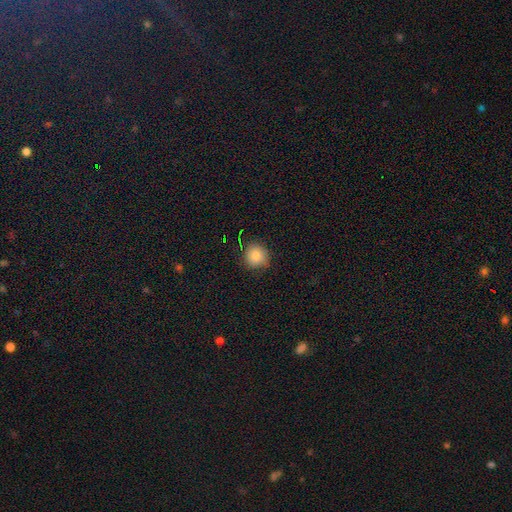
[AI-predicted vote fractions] smooth 83%, star or artifact 10%, featured or disk 8%. Down the decision tree: how rounded — round (90%); merging — none (80%).